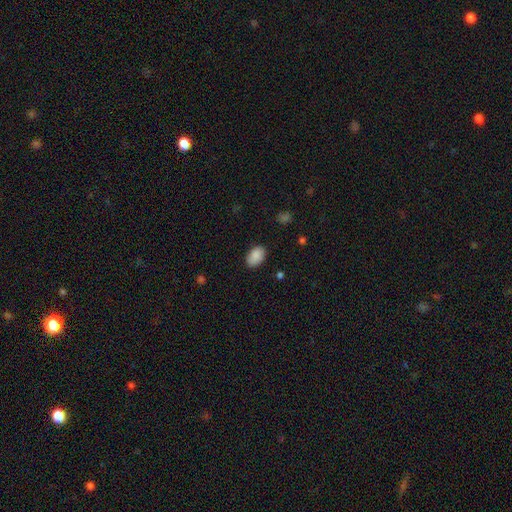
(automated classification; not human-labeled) smooth 88%, star or artifact 7%, featured or disk 5%. Down the decision tree: how rounded — in between (89%); merging — none (83%).